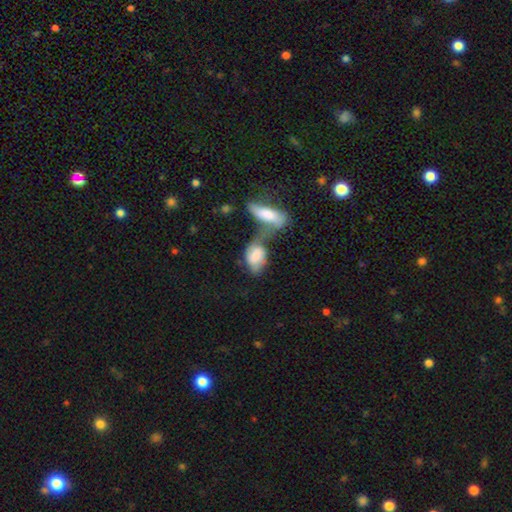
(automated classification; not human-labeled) Smooth or featured: smooth — 63% (featured or disk — 30%)
How rounded: in between — 90% (round — 6%)
Merging: merger — 70% (none — 11%)